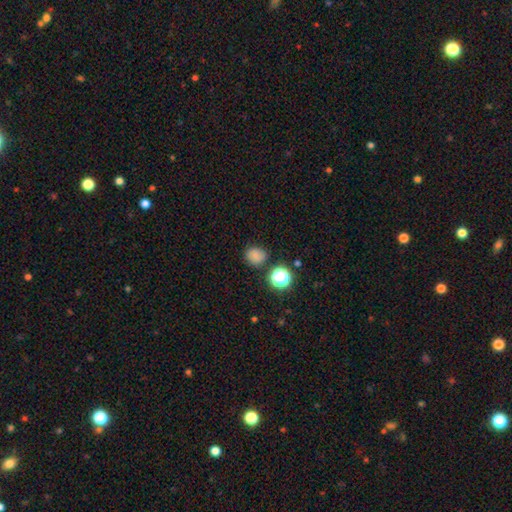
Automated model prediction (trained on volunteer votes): The model was most divided on "how rounded": round: 74%, in between: 25%, cigar-shaped: 1%. More confident: merging — none (80%); smooth or featured — smooth (77%).